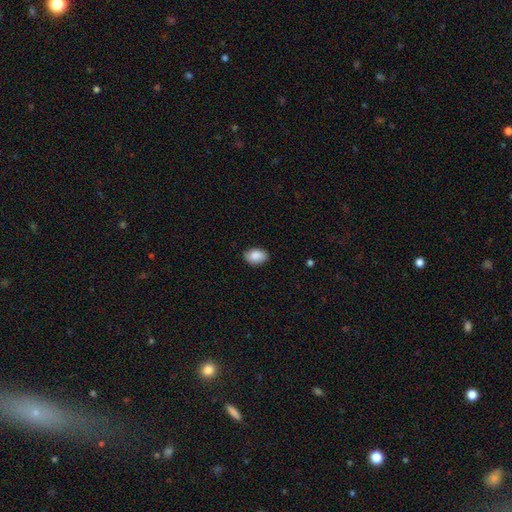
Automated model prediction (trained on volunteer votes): Q: Smooth or featured?
A: smooth (88%); runner-up: star or artifact (7%)
Q: How rounded?
A: in between (88%); runner-up: round (11%)
Q: Merging?
A: none (84%); runner-up: minor disturbance (13%)